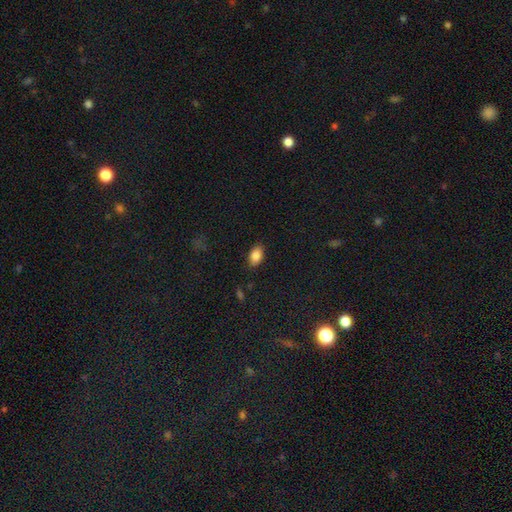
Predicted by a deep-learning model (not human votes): Smooth or featured?
  - smooth: 86% *
  - star or artifact: 8%
  - featured or disk: 6%
How rounded?
  - in between: 90% *
  - round: 8%
  - cigar-shaped: 2%
Merging?
  - none: 85% *
  - minor disturbance: 11%
  - major disturbance: 2%
  - merger: 1%